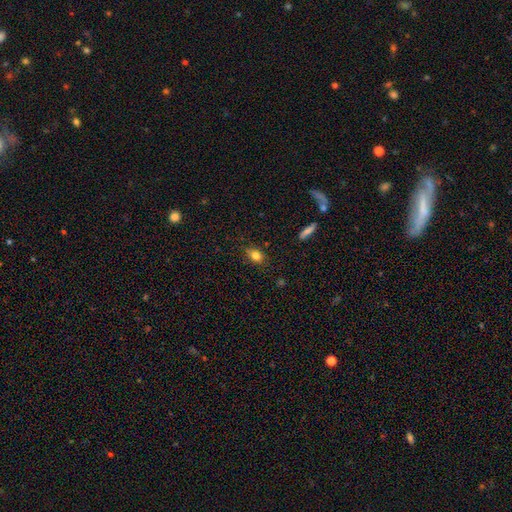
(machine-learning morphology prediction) This appears to be a smooth galaxy with no disk features (79%) that is in between round and cigar-shaped (65%). Merging: none (79%).